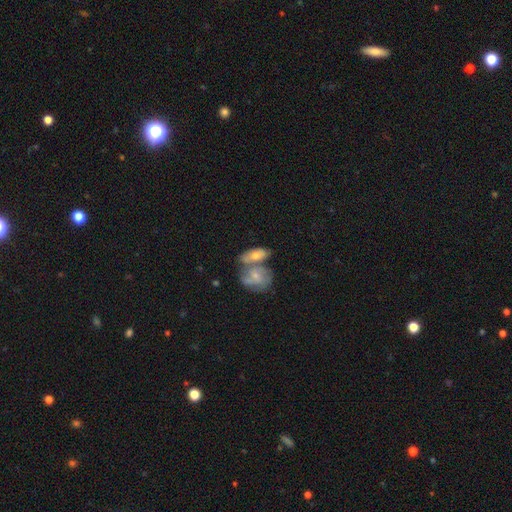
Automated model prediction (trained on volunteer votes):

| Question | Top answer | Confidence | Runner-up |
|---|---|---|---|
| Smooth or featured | smooth | 51% | featured or disk (43%) |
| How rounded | in between | 80% | round (11%) |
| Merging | merger | 56% | none (29%) |